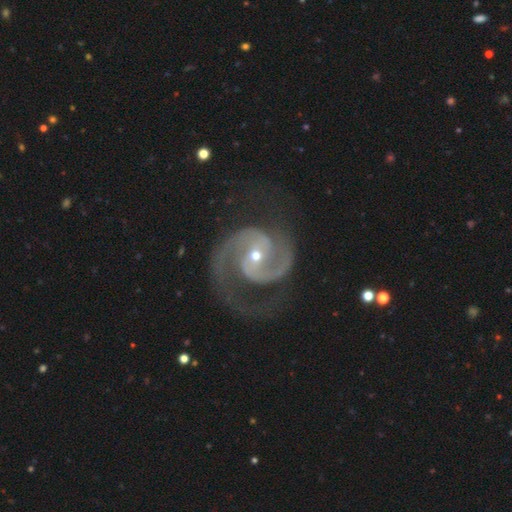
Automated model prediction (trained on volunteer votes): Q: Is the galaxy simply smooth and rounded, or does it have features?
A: featured or disk — 93%.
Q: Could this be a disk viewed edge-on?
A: no — 98%.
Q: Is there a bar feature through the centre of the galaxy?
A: no — 49%.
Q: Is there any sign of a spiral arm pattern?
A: yes — 99%.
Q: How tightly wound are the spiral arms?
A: medium — 58%.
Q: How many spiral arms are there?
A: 2 — 93%.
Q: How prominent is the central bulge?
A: small — 56%.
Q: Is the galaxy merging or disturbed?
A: none — 71%.